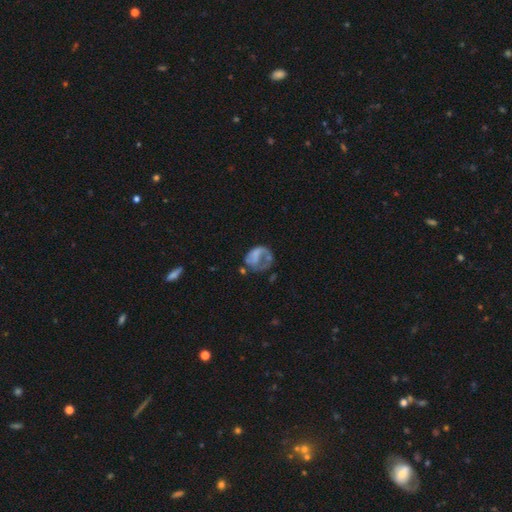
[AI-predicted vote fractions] A featured or disk galaxy (48%). Merging: major disturbance (46%).